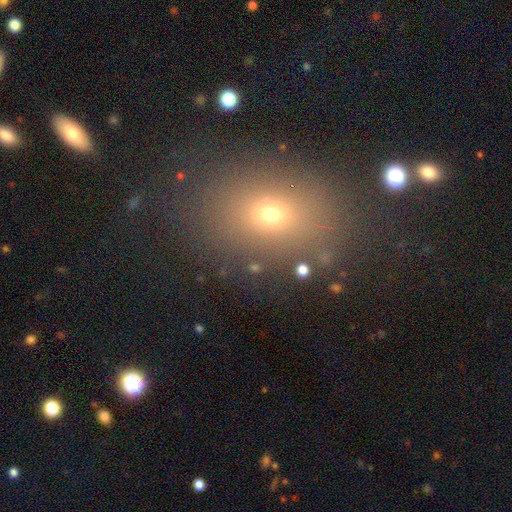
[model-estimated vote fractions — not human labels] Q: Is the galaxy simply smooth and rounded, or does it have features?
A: smooth — 62%.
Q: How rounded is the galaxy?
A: in between — 61%.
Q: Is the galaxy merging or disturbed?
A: none — 83%.